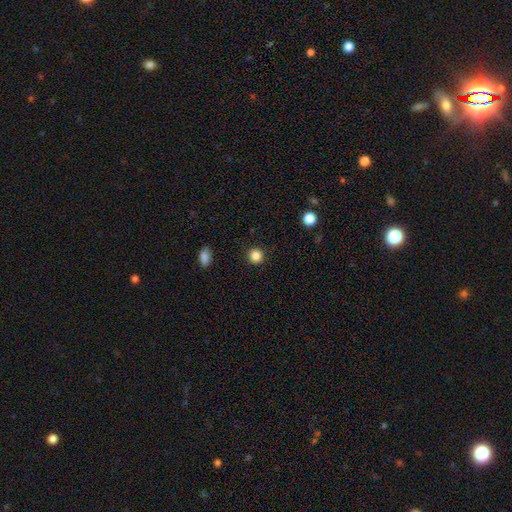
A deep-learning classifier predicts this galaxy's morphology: This appears to be a smooth galaxy with no disk features (86%) that is round (94%). Merging: none (92%).